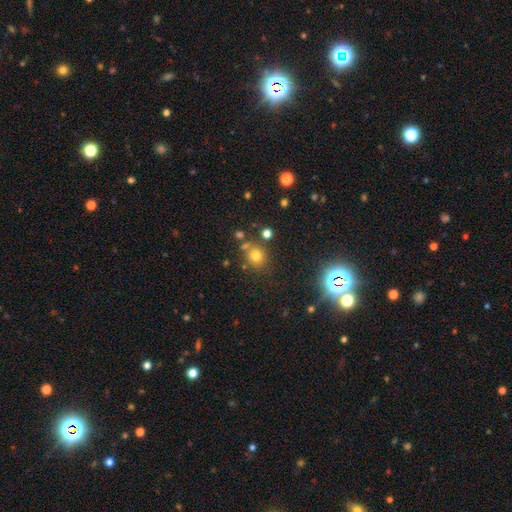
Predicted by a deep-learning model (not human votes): smooth 74%, star or artifact 18%, featured or disk 8%. Down the decision tree: how rounded — round (84%); merging — none (71%).